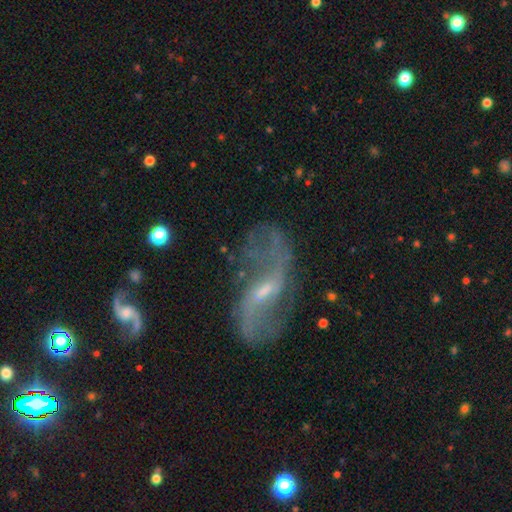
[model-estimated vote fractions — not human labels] The model was most divided on "bar": weak: 52%, no: 25%, strong: 23%. More confident: edge-on disk — no (94%); spiral arms — yes (90%); spiral arm count — 2 (84%); smooth or featured — featured or disk (82%); spiral winding — loose (78%); bulge size — small (62%); merging — none (59%).